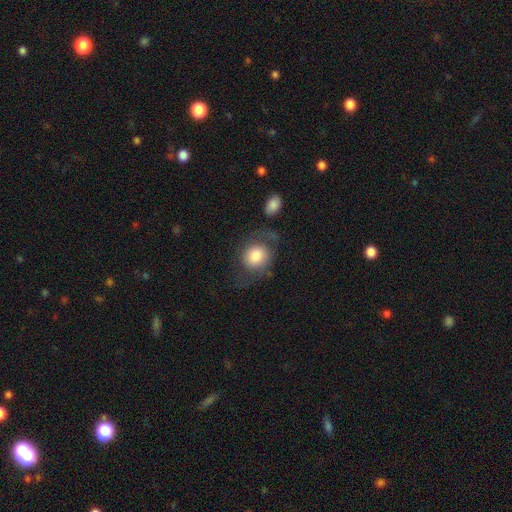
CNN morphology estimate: Smooth or featured: smooth — 71% (featured or disk — 22%)
How rounded: round — 69% (in between — 30%)
Merging: none — 50% (minor disturbance — 22%)